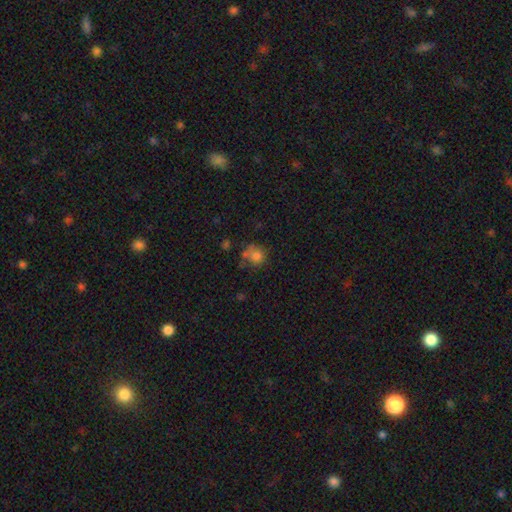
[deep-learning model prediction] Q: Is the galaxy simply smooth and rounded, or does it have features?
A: smooth — 76%.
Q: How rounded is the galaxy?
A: round — 81%.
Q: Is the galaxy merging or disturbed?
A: none — 49%.